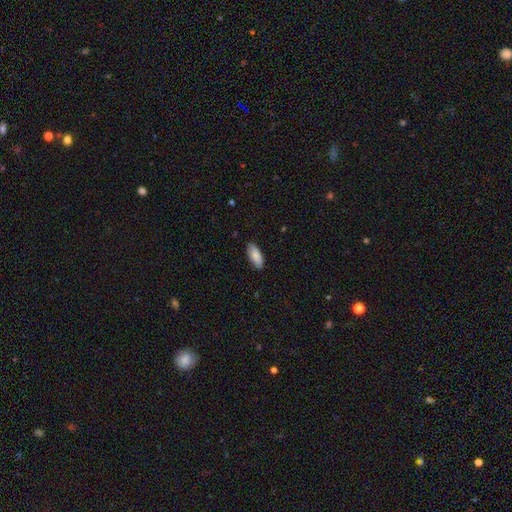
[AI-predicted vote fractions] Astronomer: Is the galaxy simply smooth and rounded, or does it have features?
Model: smooth — 85%.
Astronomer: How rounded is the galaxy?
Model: in between — 83%.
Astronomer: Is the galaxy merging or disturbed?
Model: none — 87%.